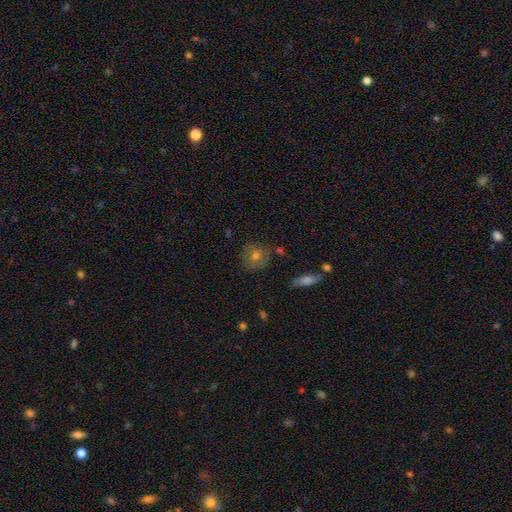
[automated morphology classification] This appears to be a smooth galaxy with no disk features (57%) that is round (89%). Merging: none (80%).